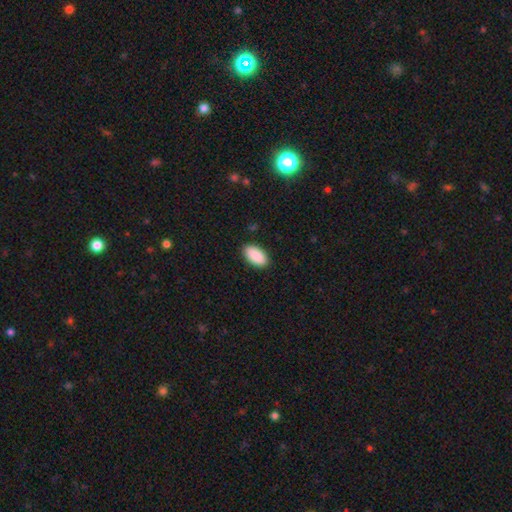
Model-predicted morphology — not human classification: A smooth galaxy with no disk features (91%) that is in between round and cigar-shaped (95%).

Vote fractions:
- Smooth or featured? smooth: 91% / star or artifact: 6% / featured or disk: 3%
- How rounded? in between: 95% / round: 2% / cigar-shaped: 2%
- Merging? none: 89% / minor disturbance: 8% / major disturbance: 2% / merger: 1%